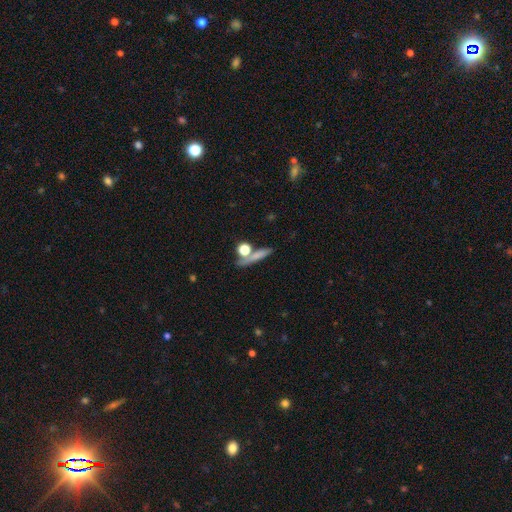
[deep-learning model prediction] This is likely a smooth galaxy (68%). How rounded: possibly cigar-shaped (55%). Merging: likely none (64%).